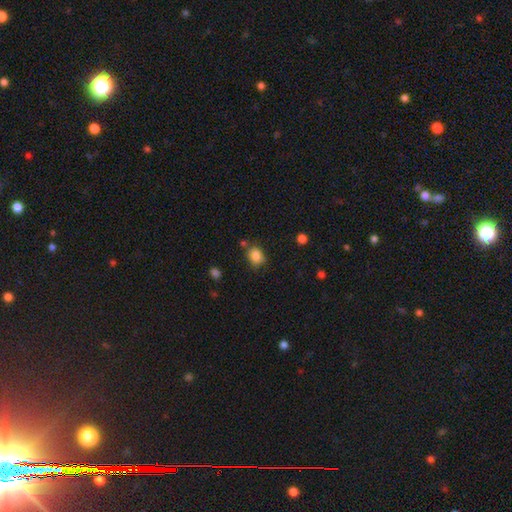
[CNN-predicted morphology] smooth-or-featured: smooth: 85% | star or artifact: 10% | featured or disk: 5%
  how-rounded: in between: 50% (tied) | round: 50% (tied) | cigar-shaped: 1%
  merging: none: 71% | minor disturbance: 17% | merger: 7% | major disturbance: 5%